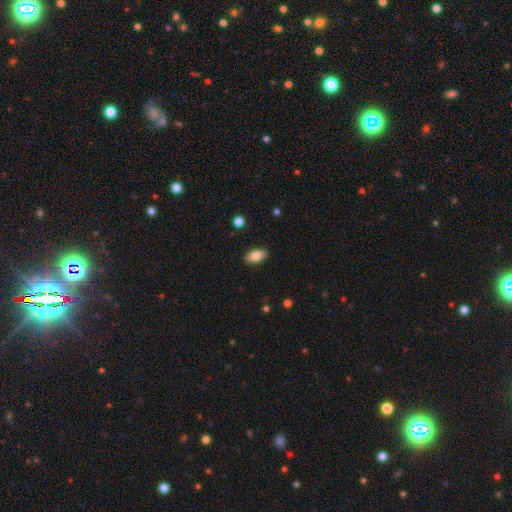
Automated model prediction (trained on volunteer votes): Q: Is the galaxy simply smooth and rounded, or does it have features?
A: smooth — 84%.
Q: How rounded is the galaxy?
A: in between — 92%.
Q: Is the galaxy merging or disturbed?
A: none — 89%.